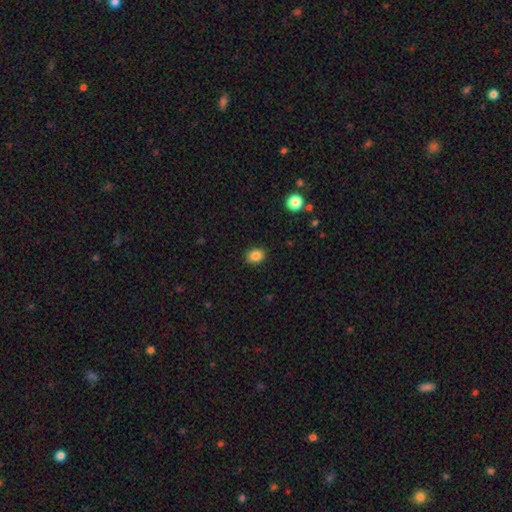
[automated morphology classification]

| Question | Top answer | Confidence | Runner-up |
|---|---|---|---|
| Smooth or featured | smooth | 86% | star or artifact (10%) |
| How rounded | in between | 55% | round (44%) |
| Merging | none | 90% | minor disturbance (7%) |